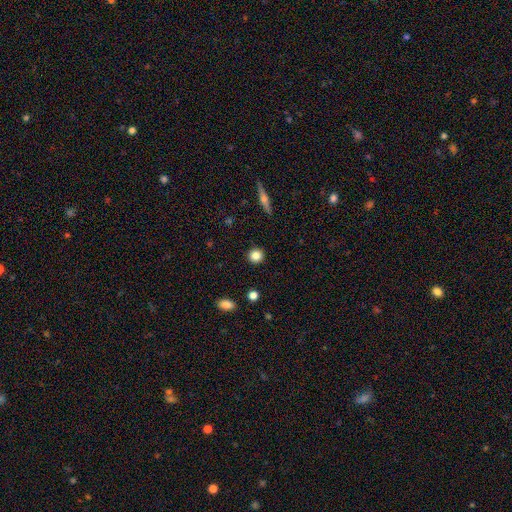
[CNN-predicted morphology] smooth-or-featured: smooth: 84% | star or artifact: 10% | featured or disk: 6%
  how-rounded: round: 93% | in between: 6% | cigar-shaped: 1%
  merging: none: 92% | minor disturbance: 5% | major disturbance: 2% | merger: 1%